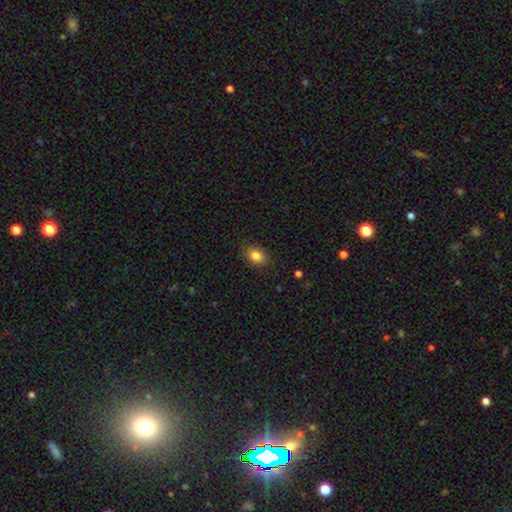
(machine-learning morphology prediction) type=smooth (84%); roundness=in between (68%); merging=none (85%).